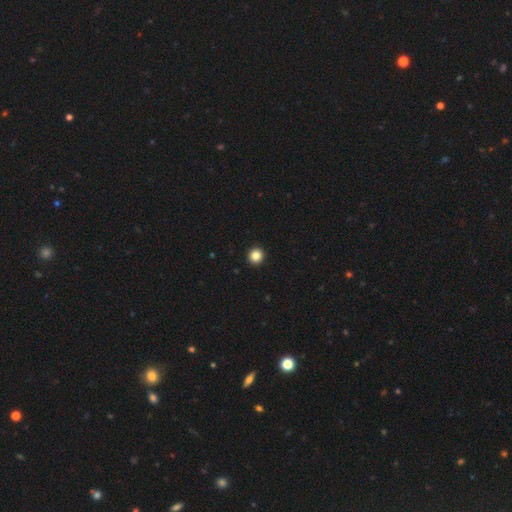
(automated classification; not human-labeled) Q: Smooth or featured?
A: smooth (85%); runner-up: star or artifact (11%)
Q: How rounded?
A: round (94%); runner-up: in between (5%)
Q: Merging?
A: none (94%); runner-up: minor disturbance (3%)